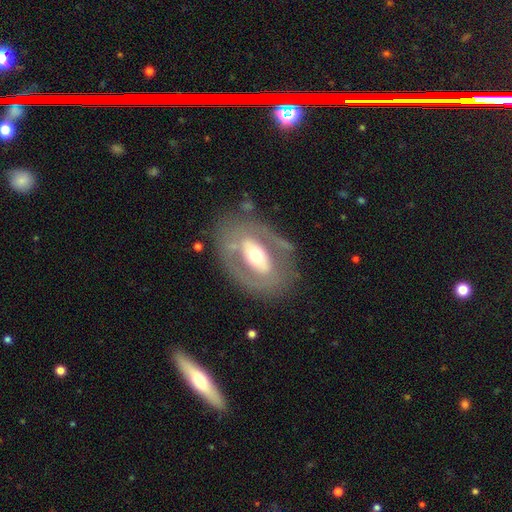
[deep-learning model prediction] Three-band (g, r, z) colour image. It shows a featured or disk galaxy (66%) with no bar (40%), no spiral arms (75%) and a moderate central bulge (62%). Merging: none (72%).